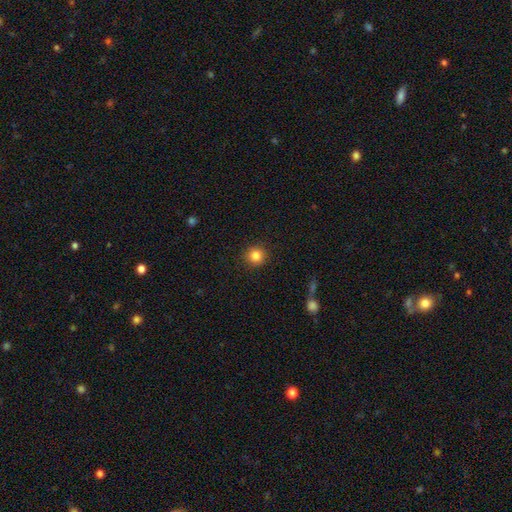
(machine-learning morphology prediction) smooth_or_featured: smooth (p=0.84) [alt: star or artifact p=0.11]
how_rounded: round (p=0.93) [alt: in between p=0.06]
merging: none (p=0.91) [alt: minor disturbance p=0.06]